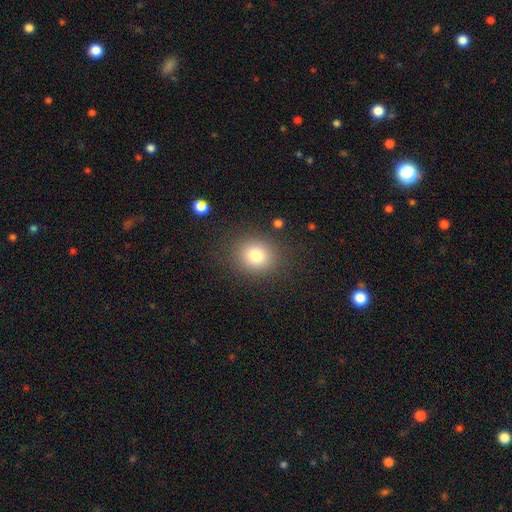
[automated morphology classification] Smooth or featured? smooth (80%)
How rounded? round (76%)
Merging? none (85%)